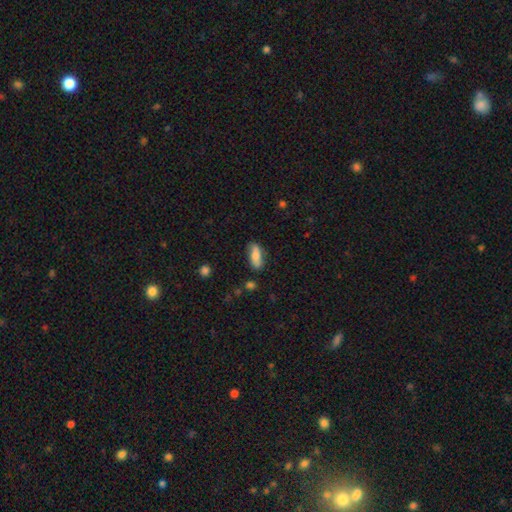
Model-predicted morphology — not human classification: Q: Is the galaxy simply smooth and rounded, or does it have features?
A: smooth — 79%.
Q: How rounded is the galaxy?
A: in between — 67%.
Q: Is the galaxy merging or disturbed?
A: none — 78%.